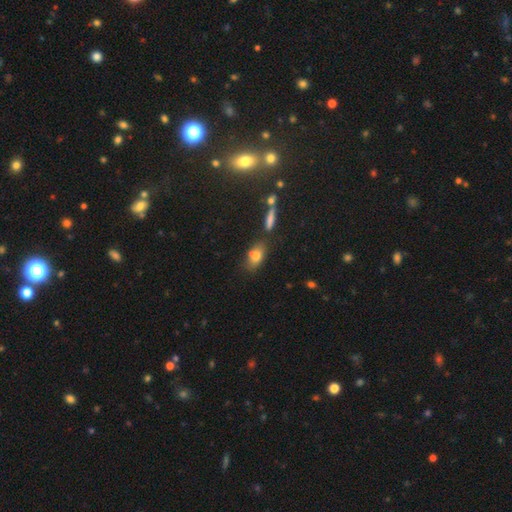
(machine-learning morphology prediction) smooth 75%, featured or disk 15%, star or artifact 11%. Down the decision tree: how rounded — in between (81%); merging — none (58%).